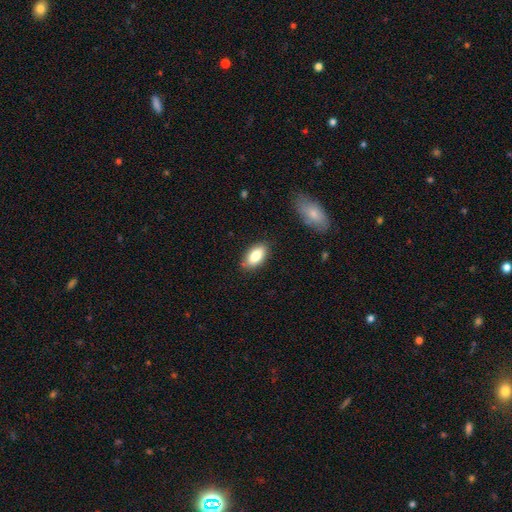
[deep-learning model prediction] This appears to be a smooth galaxy with no disk features (84%) that is in between round and cigar-shaped (92%). Merging: none (85%).